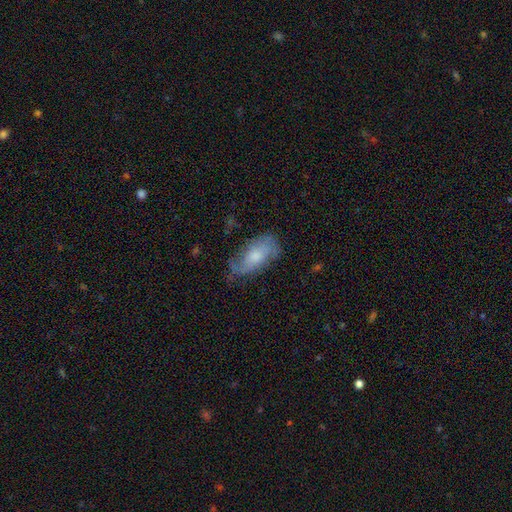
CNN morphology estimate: A featured or disk galaxy (47%). Merging: none (58%).